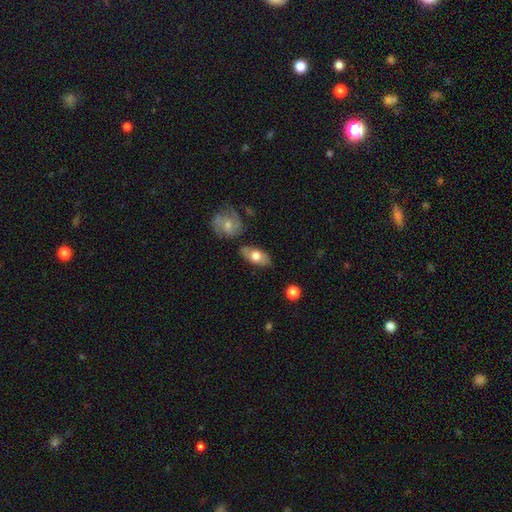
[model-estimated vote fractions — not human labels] Smooth or featured? smooth (63%)
How rounded? in between (87%)
Merging? none (77%)